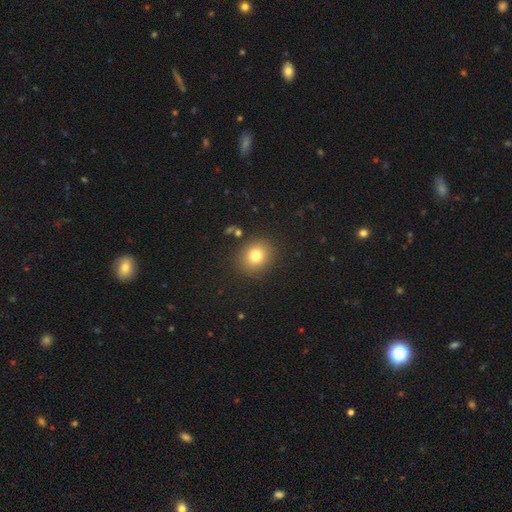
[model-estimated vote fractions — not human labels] The model was most divided on "how rounded": round: 79%, in between: 20%, cigar-shaped: 1%. More confident: merging — none (88%); smooth or featured — smooth (78%).